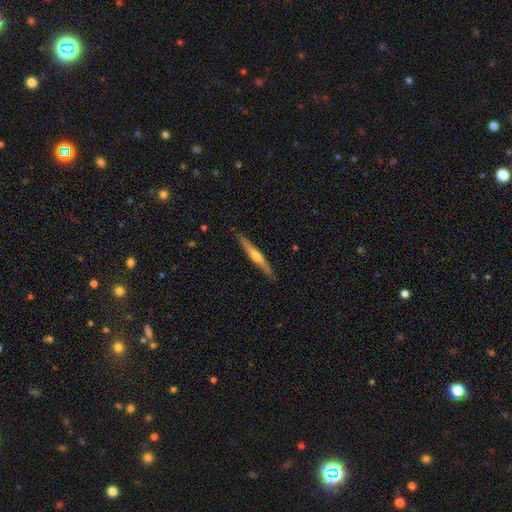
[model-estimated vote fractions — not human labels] smooth-or-featured: featured or disk: 68% | smooth: 27% | star or artifact: 5%
  disk-edge-on: yes: 97% | no: 3%
    edge-on-bulge: rounded: 85% | none: 11% | boxy: 4%
  merging: none: 88% | minor disturbance: 9% | major disturbance: 2% | merger: 1%